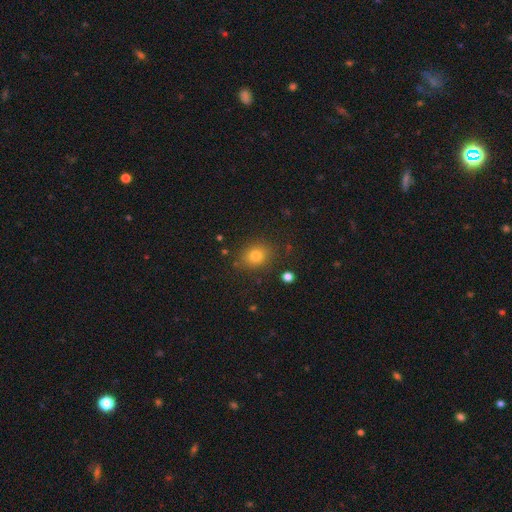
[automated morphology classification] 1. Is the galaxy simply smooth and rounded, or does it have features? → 79% smooth, 13% star or artifact, 8% featured or disk.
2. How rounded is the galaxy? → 59% round, 40% in between, 1% cigar-shaped.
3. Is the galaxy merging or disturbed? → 84% none, 11% minor disturbance, 3% major disturbance, 2% merger.